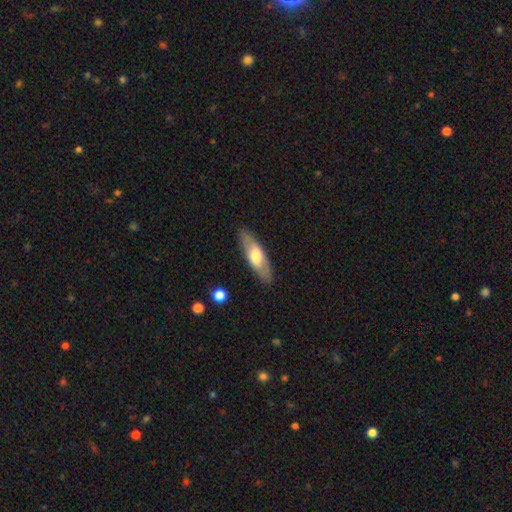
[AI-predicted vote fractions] smooth_or_featured: smooth (p=0.52) [alt: featured or disk p=0.42]
how_rounded: in between (p=0.57) [alt: cigar-shaped p=0.41]
merging: none (p=0.86) [alt: minor disturbance p=0.10]